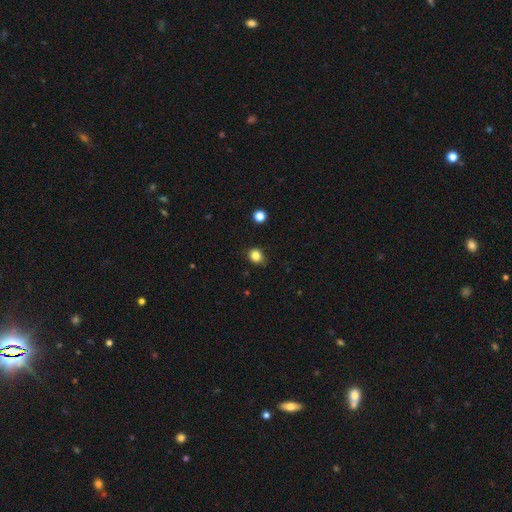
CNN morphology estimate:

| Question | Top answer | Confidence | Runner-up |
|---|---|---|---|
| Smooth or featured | smooth | 83% | star or artifact (12%) |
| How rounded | round | 73% | in between (26%) |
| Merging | none | 80% | minor disturbance (15%) |